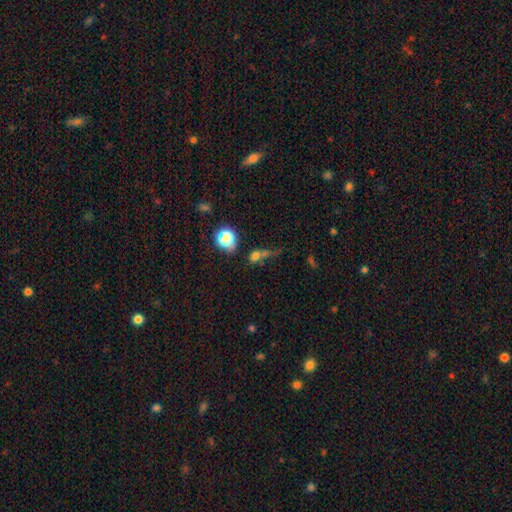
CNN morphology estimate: The model was most divided on "merging": none: 36%, merger: 31%, major disturbance: 19%, minor disturbance: 14%. Remaining: smooth or featured — smooth (59%); how rounded — round (50%).